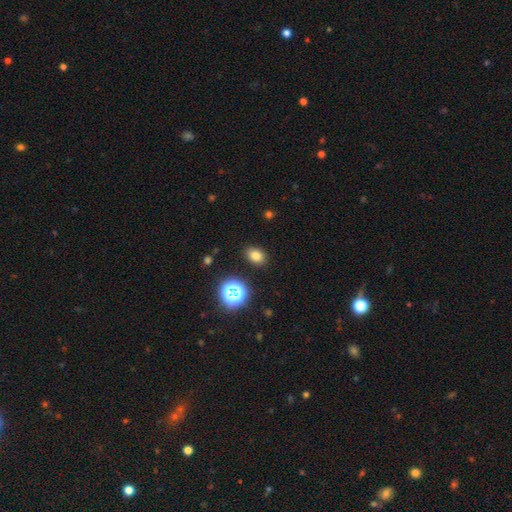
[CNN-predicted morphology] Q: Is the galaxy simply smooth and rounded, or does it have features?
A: smooth — 76%.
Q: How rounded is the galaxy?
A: in between — 69%.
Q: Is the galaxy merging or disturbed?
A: none — 87%.